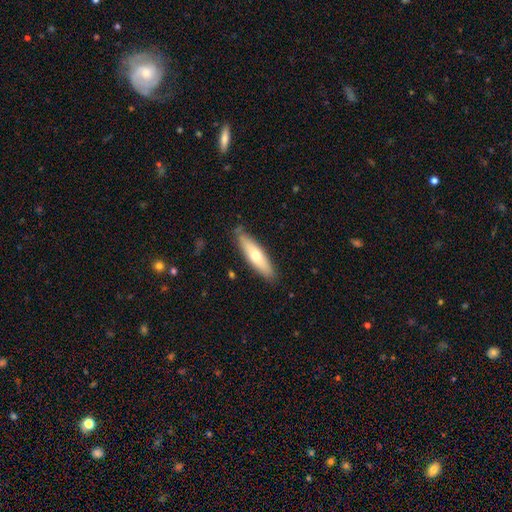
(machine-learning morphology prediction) A smooth galaxy with no disk features (59%) that is cigar-shaped (67%). Merging: none (81%).